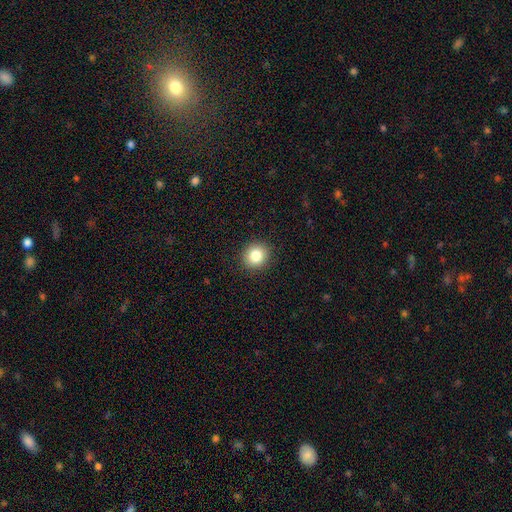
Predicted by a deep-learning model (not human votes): smooth_or_featured: smooth (p=0.84) [alt: star or artifact p=0.10]
how_rounded: round (p=0.85) [alt: in between p=0.14]
merging: none (p=0.91) [alt: minor disturbance p=0.06]